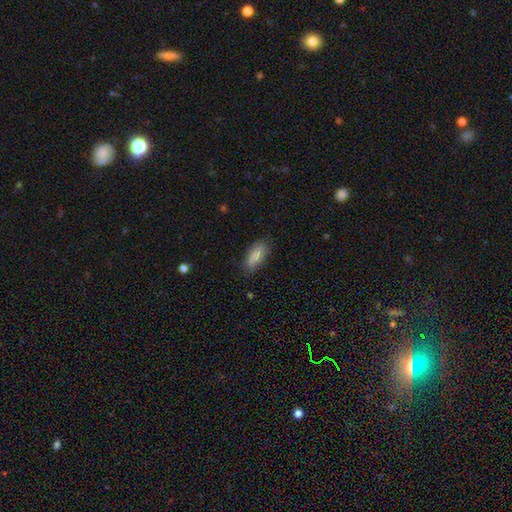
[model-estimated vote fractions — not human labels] Overall: smooth (85%). How rounded: in between (80%). Merging: none (75%).